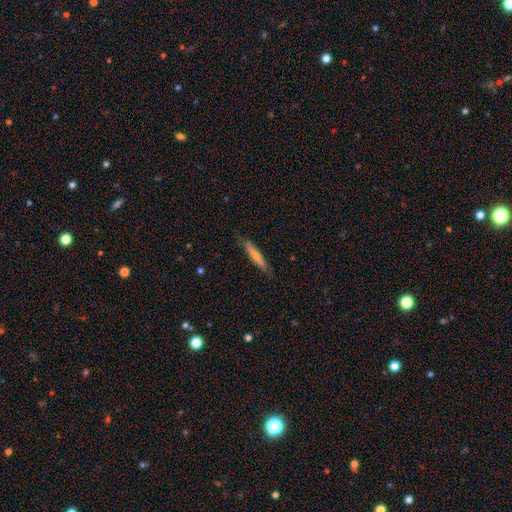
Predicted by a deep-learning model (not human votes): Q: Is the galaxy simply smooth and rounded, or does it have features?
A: smooth — 57%.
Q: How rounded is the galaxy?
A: cigar-shaped — 92%.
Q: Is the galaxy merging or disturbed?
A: none — 82%.